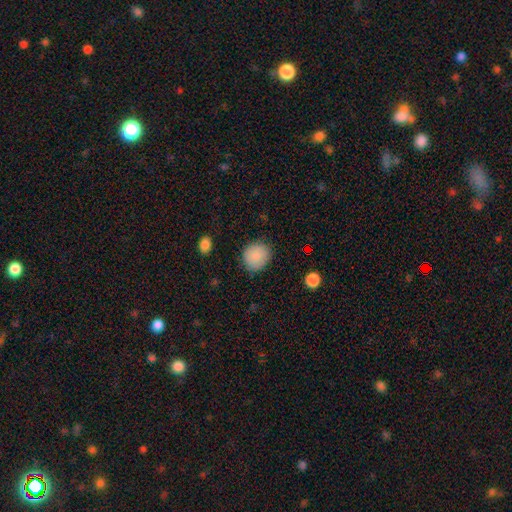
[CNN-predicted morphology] Overall: smooth (88%). How rounded: round (78%). Merging: none (84%).